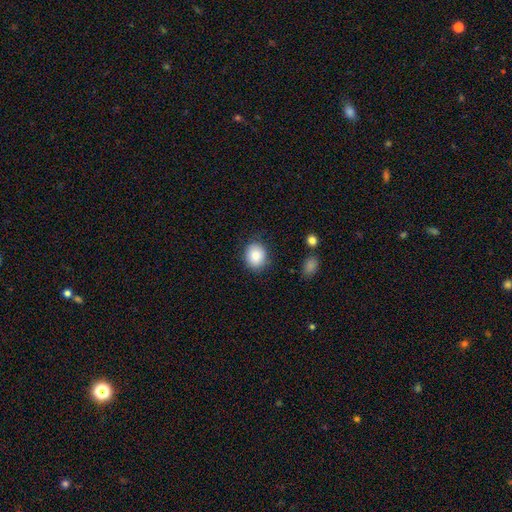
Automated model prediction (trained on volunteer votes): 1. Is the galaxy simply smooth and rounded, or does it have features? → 86% smooth, 8% star or artifact, 6% featured or disk.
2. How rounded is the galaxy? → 61% round, 38% in between, 1% cigar-shaped.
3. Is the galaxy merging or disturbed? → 84% none, 12% minor disturbance, 3% major disturbance, 2% merger.